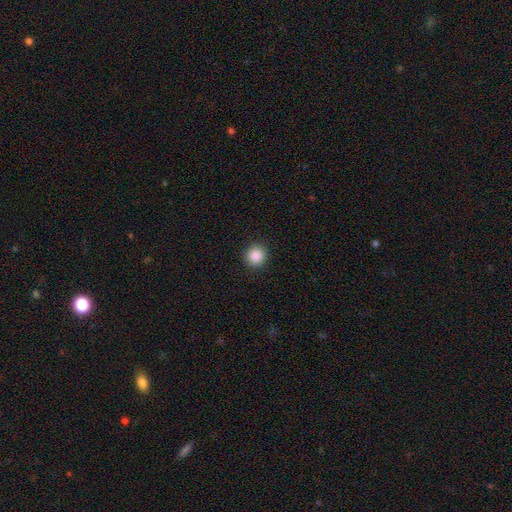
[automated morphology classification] A smooth galaxy with no disk features (88%) that is round (92%). Merging: none (91%).